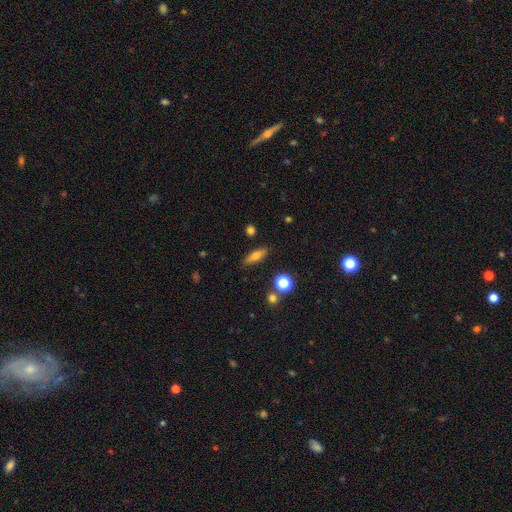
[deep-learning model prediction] A smooth galaxy with no disk features (70%) that is in between round and cigar-shaped (52%). Merging: none (83%).